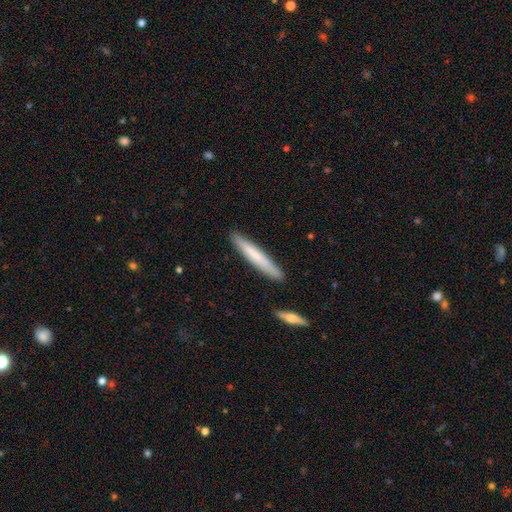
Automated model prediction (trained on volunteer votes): smooth-or-featured: smooth: 65% | featured or disk: 30% | star or artifact: 6%
  how-rounded: cigar-shaped: 95% | in between: 4% | round: 1%
  merging: none: 87% | minor disturbance: 9% | merger: 2% | major disturbance: 2%